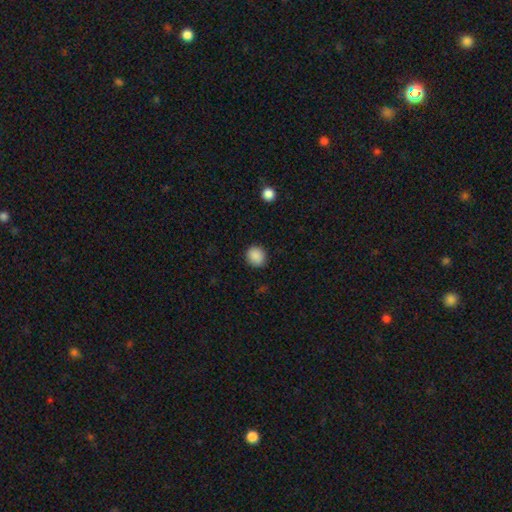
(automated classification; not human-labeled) smooth 88%, star or artifact 9%, featured or disk 3%. Down the decision tree: how rounded — round (82%); merging — none (89%).